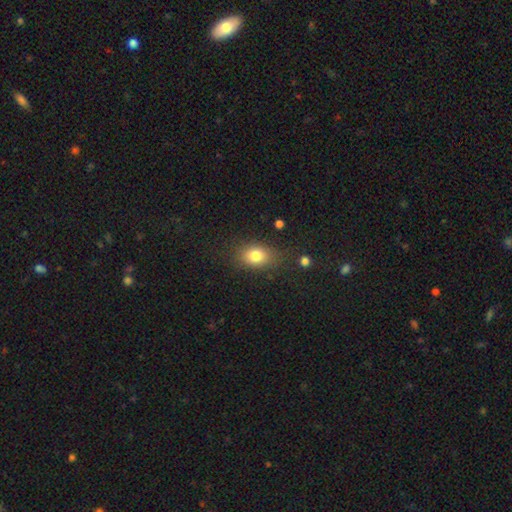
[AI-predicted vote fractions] smooth_or_featured: smooth (p=0.80) [alt: star or artifact p=0.11]
how_rounded: in between (p=0.71) [alt: round p=0.27]
merging: none (p=0.78) [alt: minor disturbance p=0.15]